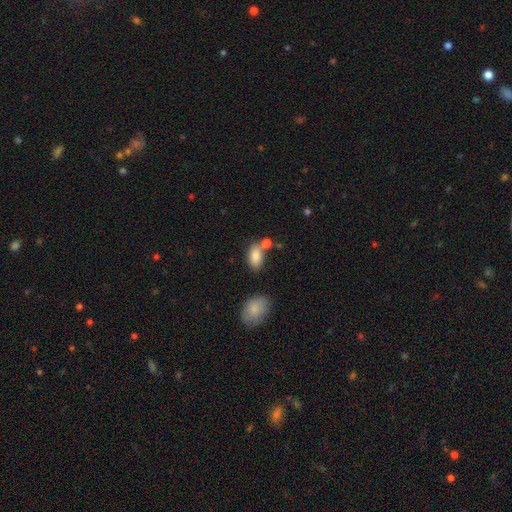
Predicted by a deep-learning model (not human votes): smooth_or_featured: smooth (p=0.84) [alt: star or artifact p=0.08]
how_rounded: in between (p=0.91) [alt: round p=0.07]
merging: none (p=0.52) [alt: merger p=0.26]